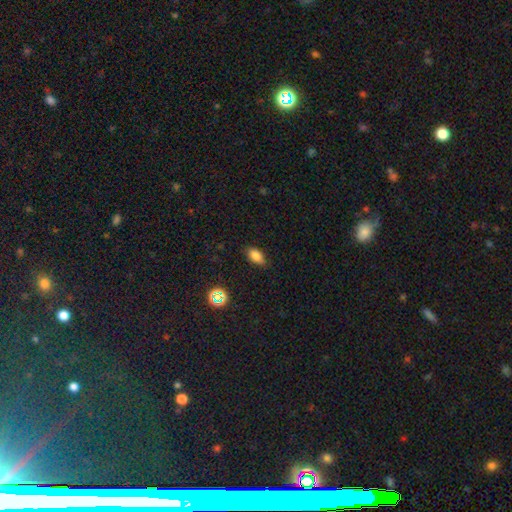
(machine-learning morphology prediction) The model was most divided on "merging": none: 81%, minor disturbance: 15%, major disturbance: 3%, merger: 1%. More confident: how rounded — in between (88%); smooth or featured — smooth (82%).